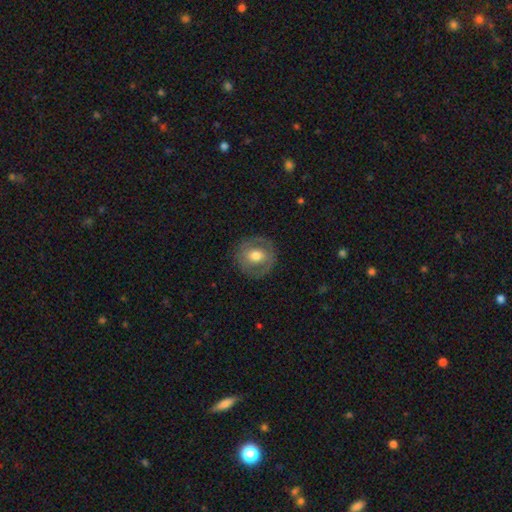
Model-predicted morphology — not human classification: smooth_or_featured: smooth (p=0.51) [alt: featured or disk p=0.43]
how_rounded: round (p=0.88) [alt: in between p=0.11]
merging: none (p=0.85) [alt: minor disturbance p=0.10]